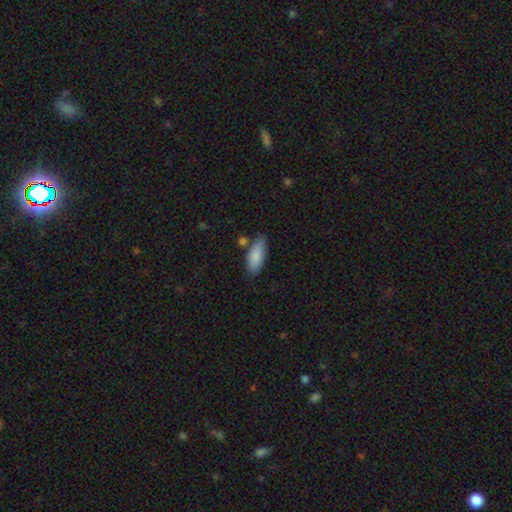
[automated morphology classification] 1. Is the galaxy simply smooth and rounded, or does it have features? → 86% smooth, 8% featured or disk, 6% star or artifact.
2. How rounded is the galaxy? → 79% in between, 19% cigar-shaped, 2% round.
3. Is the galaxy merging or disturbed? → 70% none, 18% minor disturbance, 7% merger, 4% major disturbance.